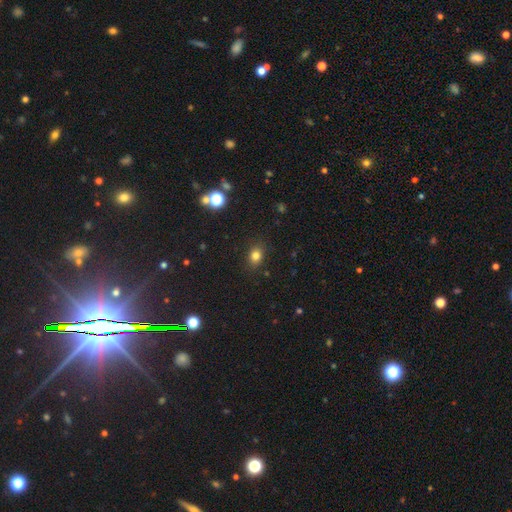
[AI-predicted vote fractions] This appears to be a smooth galaxy with no disk features (80%) that is in between round and cigar-shaped (50%). Merging: none (86%).